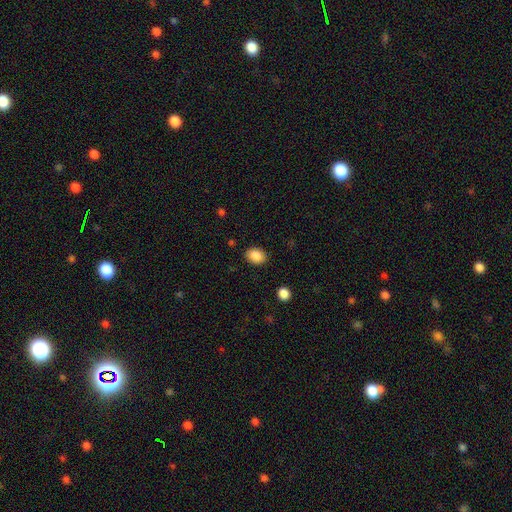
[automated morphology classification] Smooth or featured?
  - smooth: 88% *
  - star or artifact: 8%
  - featured or disk: 4%
How rounded?
  - in between: 67% *
  - round: 33%
  - cigar-shaped: 1%
Merging?
  - none: 87% *
  - minor disturbance: 9%
  - major disturbance: 2%
  - merger: 1%